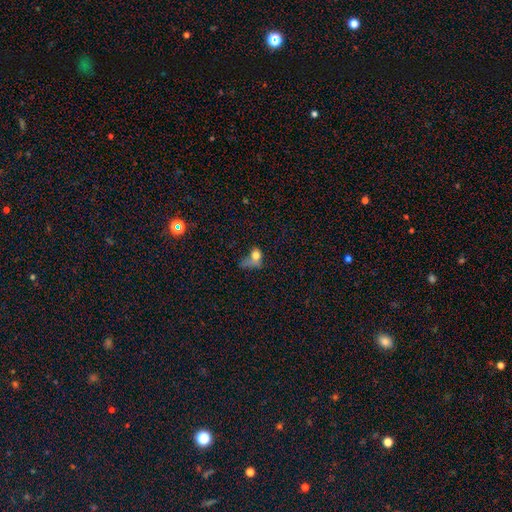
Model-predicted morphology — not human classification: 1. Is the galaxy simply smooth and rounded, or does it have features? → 68% smooth, 16% featured or disk, 16% star or artifact.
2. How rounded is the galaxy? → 52% in between, 43% round, 4% cigar-shaped.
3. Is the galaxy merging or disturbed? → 45% major disturbance, 23% none, 20% minor disturbance, 13% merger.